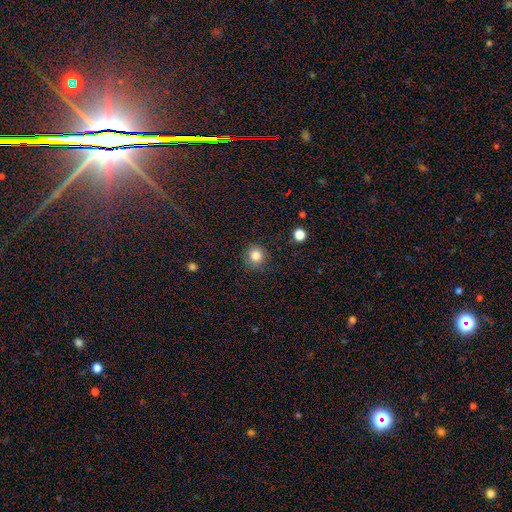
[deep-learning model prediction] This is clearly a smooth galaxy (83%). How rounded: clearly round (93%). Merging: clearly none (86%).